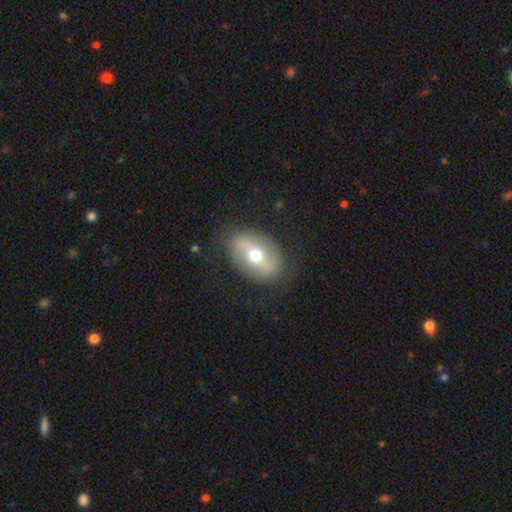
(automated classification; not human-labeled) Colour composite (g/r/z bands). It shows a featured or disk galaxy (60%) with a strong bar (46%), no spiral arms (56%) and a moderate central bulge (75%). Merging: none (81%).